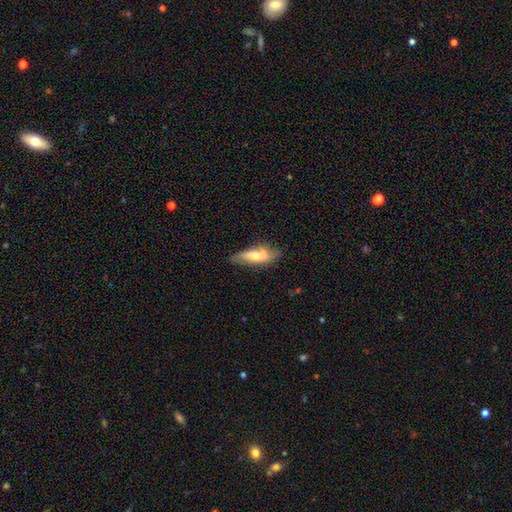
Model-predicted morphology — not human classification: Smooth or featured? smooth (52%)
How rounded? in between (66%)
Merging? none (60%)